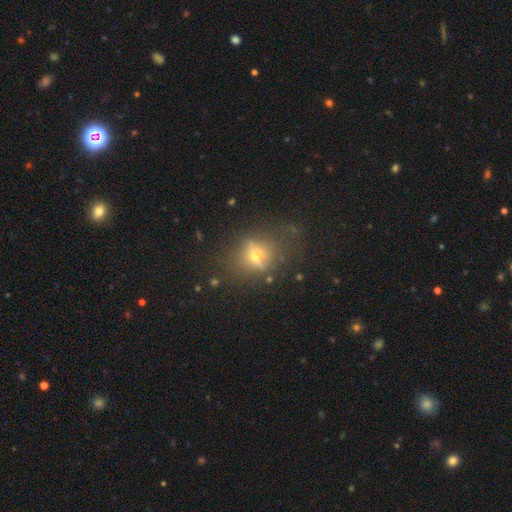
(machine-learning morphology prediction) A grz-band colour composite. It shows a smooth galaxy with no disk features (44%). Merging: none (60%).